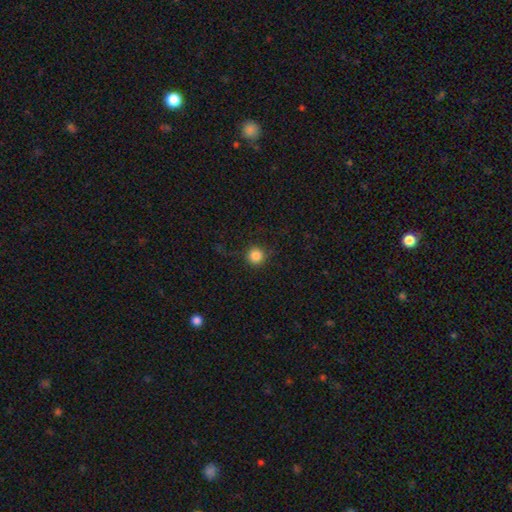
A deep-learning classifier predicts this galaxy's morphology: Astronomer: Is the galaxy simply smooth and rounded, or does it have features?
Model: smooth — 85%.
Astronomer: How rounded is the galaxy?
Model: round — 96%.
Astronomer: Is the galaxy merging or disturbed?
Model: none — 89%.